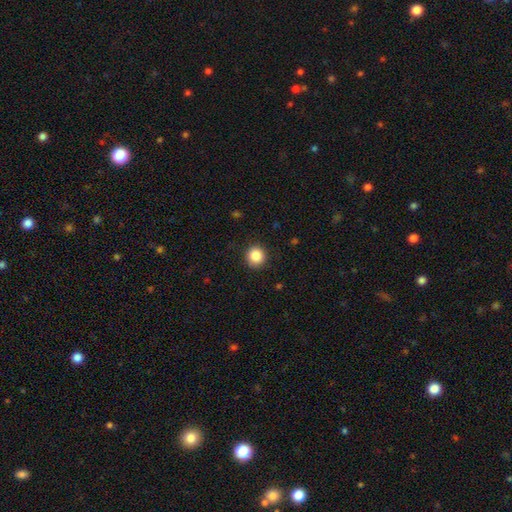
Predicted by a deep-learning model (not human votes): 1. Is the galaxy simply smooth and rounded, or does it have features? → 88% smooth, 9% star or artifact, 3% featured or disk.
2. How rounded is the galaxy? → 93% round, 6% in between, 1% cigar-shaped.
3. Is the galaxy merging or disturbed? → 91% none, 6% minor disturbance, 2% major disturbance, 1% merger.